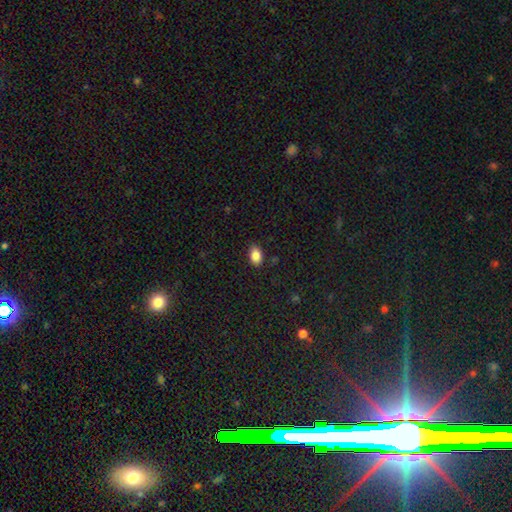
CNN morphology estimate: A smooth galaxy with no disk features (87%) that is in between round and cigar-shaped (88%).

Vote fractions:
- Smooth or featured? smooth: 87% / star or artifact: 8% / featured or disk: 5%
- How rounded? in between: 88% / round: 10% / cigar-shaped: 2%
- Merging? none: 84% / minor disturbance: 12% / major disturbance: 2% / merger: 1%